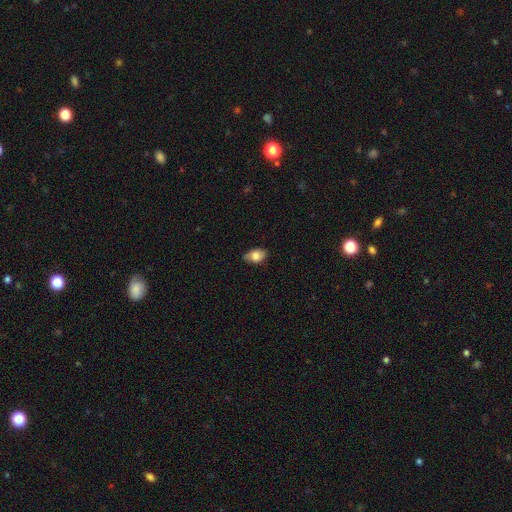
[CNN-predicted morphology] smooth-or-featured: smooth: 79% | featured or disk: 14% | star or artifact: 8%
  how-rounded: in between: 87% | round: 11% | cigar-shaped: 2%
  merging: none: 77% | minor disturbance: 19% | major disturbance: 3% | merger: 1%